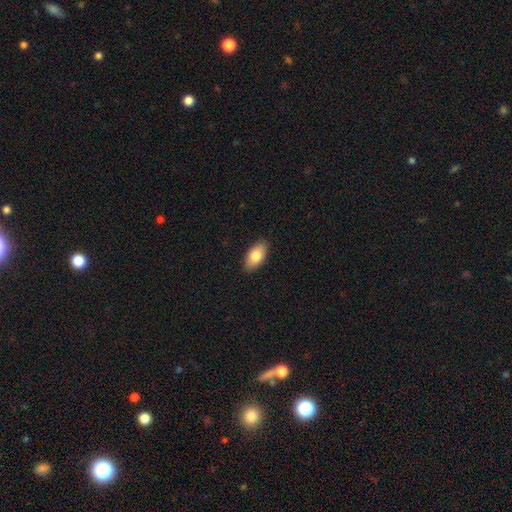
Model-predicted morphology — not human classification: The model was most divided on "smooth or featured": smooth: 81%, featured or disk: 13%, star or artifact: 6%. More confident: how rounded — in between (93%); merging — none (89%).